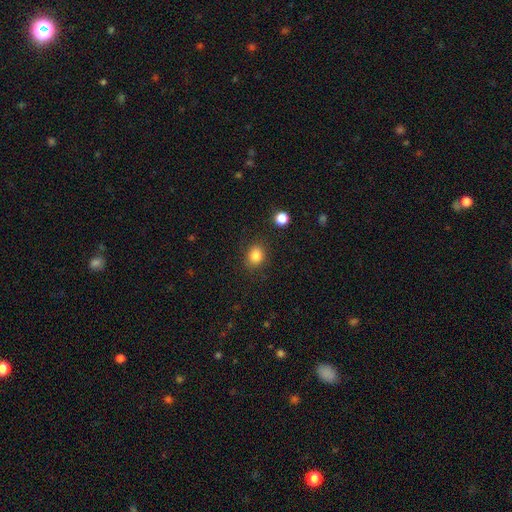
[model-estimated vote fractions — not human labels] The model was most divided on "how rounded": round: 63%, in between: 36%, cigar-shaped: 1%. More confident: merging — none (85%); smooth or featured — smooth (85%).